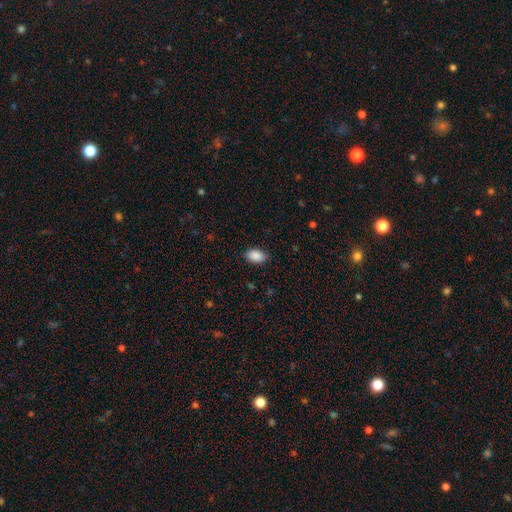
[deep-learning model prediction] Morphology: type=smooth (90%); roundness=in between (91%); merging=none (86%).